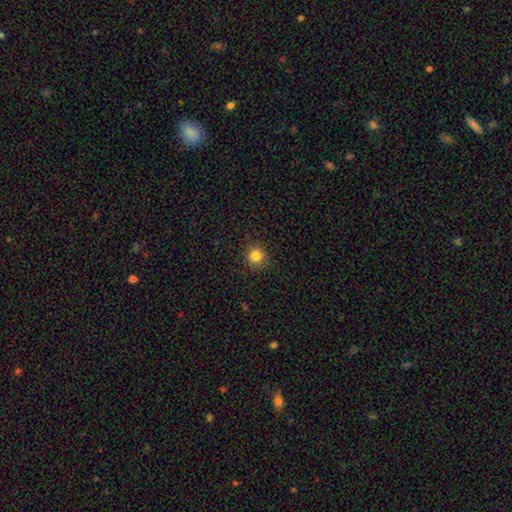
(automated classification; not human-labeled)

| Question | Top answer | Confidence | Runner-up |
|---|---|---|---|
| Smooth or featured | smooth | 84% | star or artifact (12%) |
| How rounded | round | 93% | in between (6%) |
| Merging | none | 91% | minor disturbance (6%) |